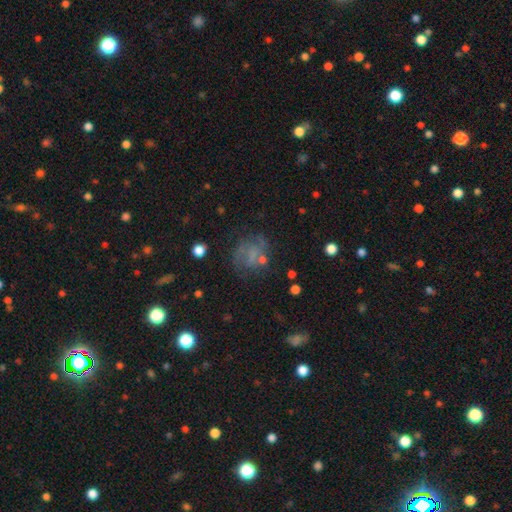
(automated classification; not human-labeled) Overall: featured or disk (40%; smooth 35%). Merging: none (57%; minor disturbance 19%).